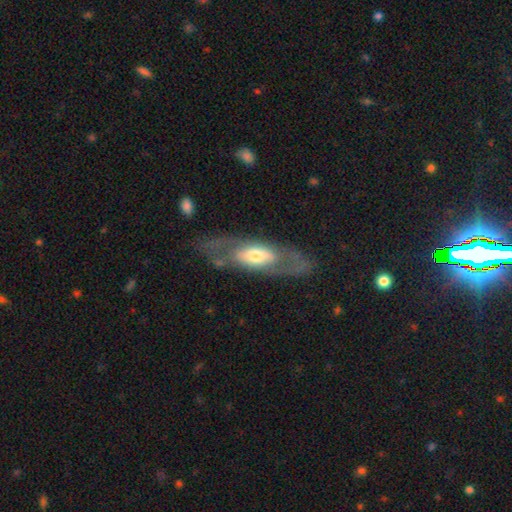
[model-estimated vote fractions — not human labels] Overall: featured or disk (63%; smooth 32%). Edge-on disk: no (74%). Merging: none (69%).